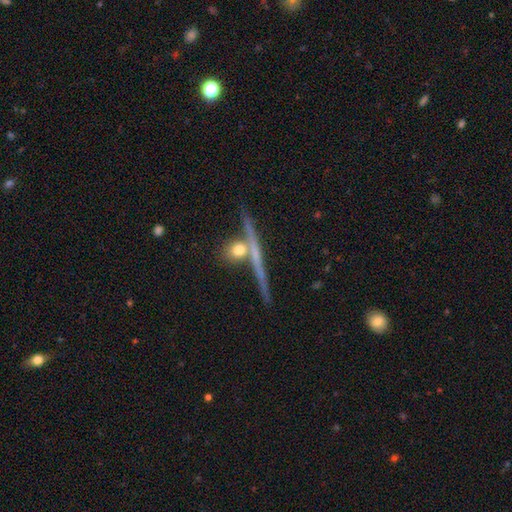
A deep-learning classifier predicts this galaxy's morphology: Smooth or featured? Predicted: featured or disk (p=0.67). Edge-on disk? Predicted: yes (p=0.94). Edge-on bulge? Predicted: none (p=0.55). Merging? Predicted: none (p=0.71).